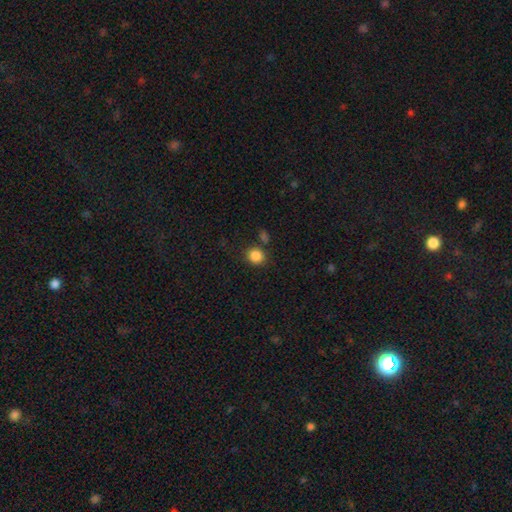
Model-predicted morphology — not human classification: This appears to be a smooth galaxy with no disk features (86%) that is round (84%). Merging: none (79%).